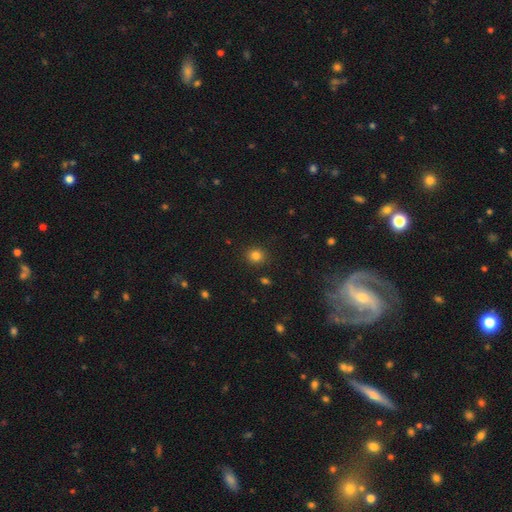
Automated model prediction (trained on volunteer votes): Q: Smooth or featured?
A: smooth (82%); runner-up: star or artifact (13%)
Q: How rounded?
A: round (84%); runner-up: in between (15%)
Q: Merging?
A: none (89%); runner-up: minor disturbance (7%)